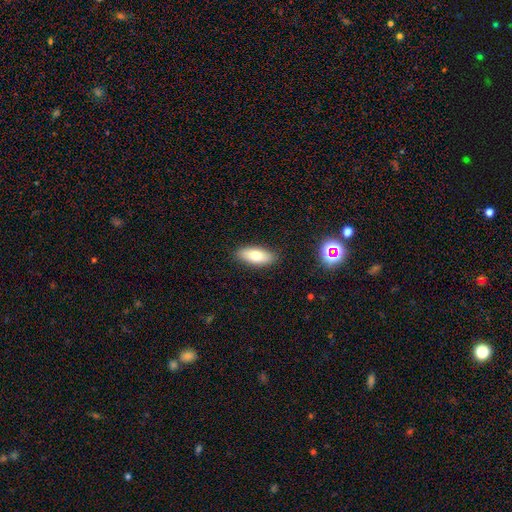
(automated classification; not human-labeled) This is likely a smooth galaxy (73%). How rounded: clearly in between (81%). Merging: clearly none (88%).